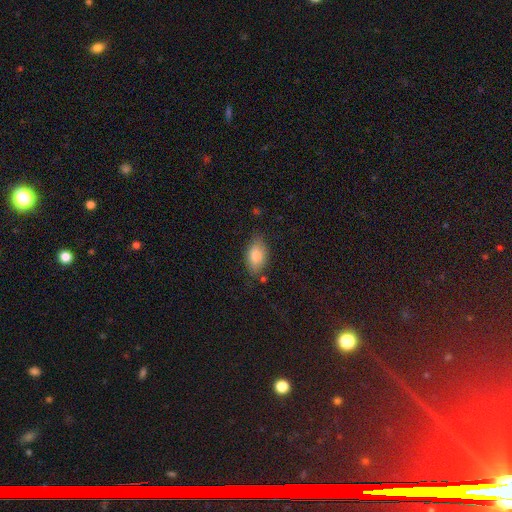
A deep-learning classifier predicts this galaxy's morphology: Overall: smooth (79%). How rounded: in between (90%). Merging: none (75%).